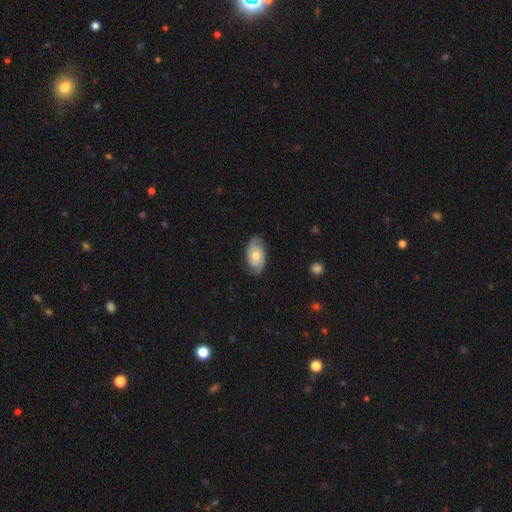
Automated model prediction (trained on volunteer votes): smooth_or_featured: featured or disk (p=0.72) [alt: smooth p=0.22]
disk_edge_on: no (p=0.95) [alt: yes p=0.05]
bar: no (p=0.77) [alt: weak p=0.19]
has_spiral_arms: yes (p=0.88) [alt: no p=0.12]
spiral_winding: tight (p=0.50) [alt: medium p=0.36]
spiral_arm_count: 2 (p=0.83) [alt: can't tell p=0.10]
bulge_size: moderate (p=0.74) [alt: small p=0.19]
merging: none (p=0.78) [alt: minor disturbance p=0.16]